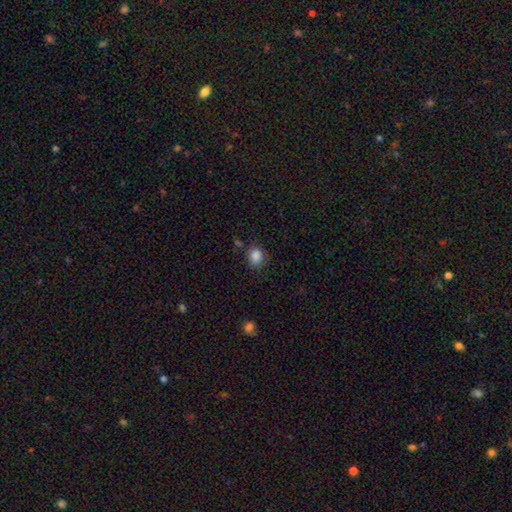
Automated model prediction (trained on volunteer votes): smooth 86%, star or artifact 10%, featured or disk 4%. Down the decision tree: how rounded — round (67%); merging — none (77%).